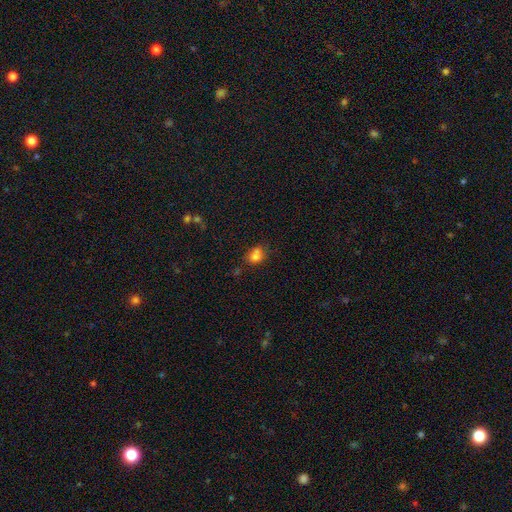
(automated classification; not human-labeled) Smooth or featured? Predicted: smooth (p=0.77). How rounded? Predicted: round (p=0.52). Merging? Predicted: none (p=0.46).